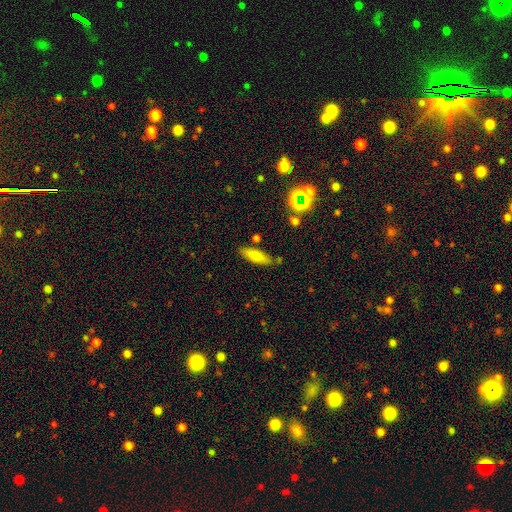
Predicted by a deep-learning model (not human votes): A smooth galaxy with no disk features (71%) that is cigar-shaped (52%).

Vote fractions:
- Smooth or featured? smooth: 71% / featured or disk: 20% / star or artifact: 9%
- How rounded? cigar-shaped: 52% / in between: 46% / round: 2%
- Merging? none: 80% / minor disturbance: 12% / merger: 5% / major disturbance: 3%